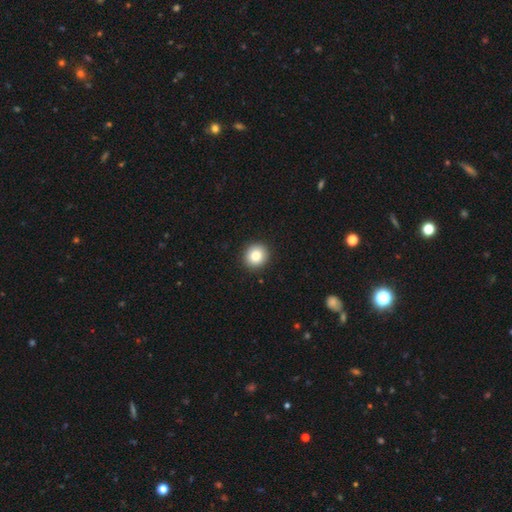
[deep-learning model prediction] Smooth or featured?
  - smooth: 84% *
  - star or artifact: 9%
  - featured or disk: 7%
How rounded?
  - round: 88% *
  - in between: 11%
  - cigar-shaped: 1%
Merging?
  - none: 92% *
  - minor disturbance: 5%
  - major disturbance: 2%
  - merger: 1%